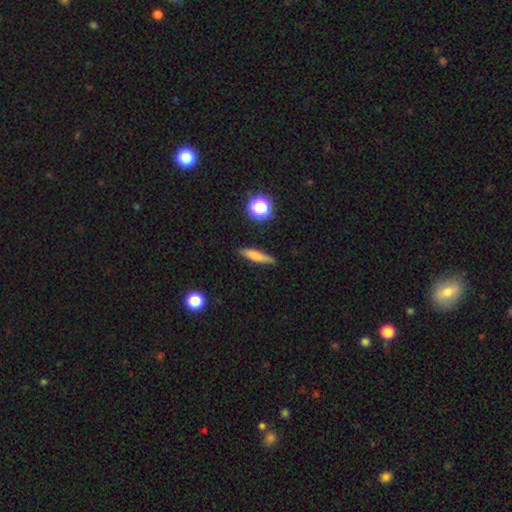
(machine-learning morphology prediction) A smooth galaxy with no disk features (74%) that is cigar-shaped (82%).

Vote fractions:
- Smooth or featured? smooth: 74% / featured or disk: 16% / star or artifact: 10%
- How rounded? cigar-shaped: 82% / in between: 14% / round: 4%
- Merging? none: 85% / minor disturbance: 11% / major disturbance: 2% / merger: 2%